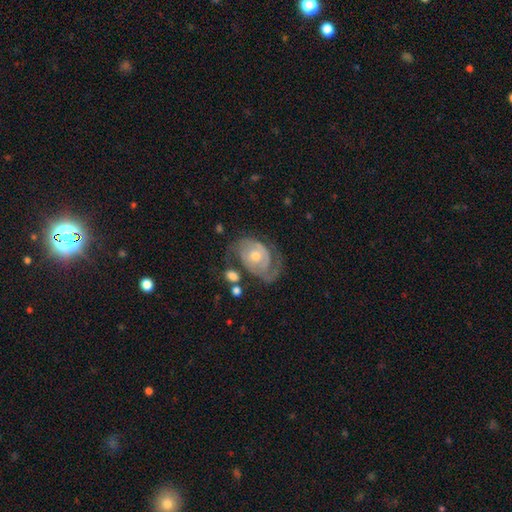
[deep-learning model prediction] featured or disk 84%, smooth 11%, star or artifact 5%. Down the decision tree: edge-on disk — no (97%); bar — no (71%); spiral arms — yes (93%); spiral arm count — 2 (70%); spiral winding — tight (49%); bulge size — moderate (58%); merging — none (55%).